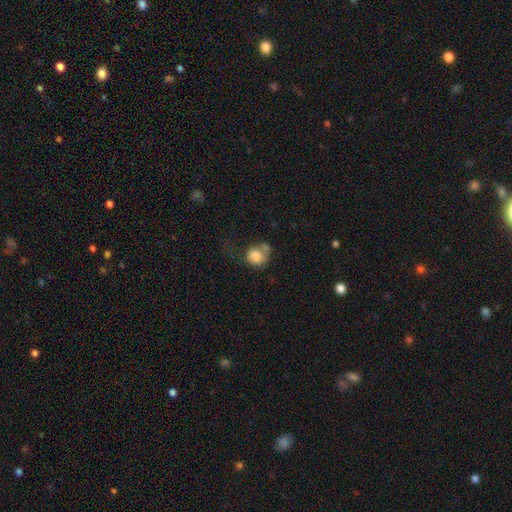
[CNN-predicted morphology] This is likely a smooth galaxy (75%). How rounded: likely round (70%). Merging: marginally none (29%).